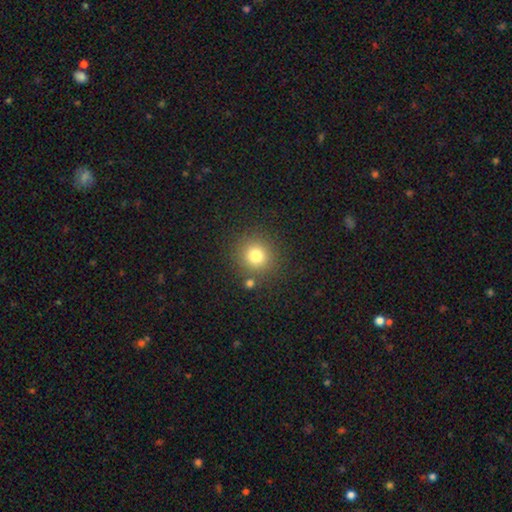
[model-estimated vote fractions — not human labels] This appears to be a smooth galaxy with no disk features (78%) that is round (91%). Merging: none (83%).